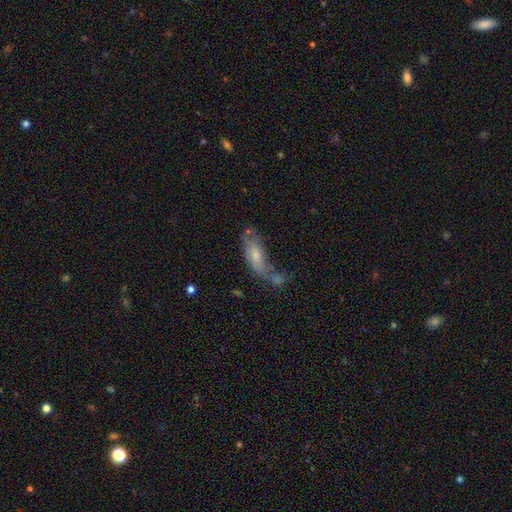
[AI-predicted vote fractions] smooth-or-featured: smooth: 56% | featured or disk: 36% | star or artifact: 8%
  how-rounded: in between: 71% | cigar-shaped: 26% | round: 3%
  merging: none: 35% | merger: 27% | minor disturbance: 22% | major disturbance: 16%